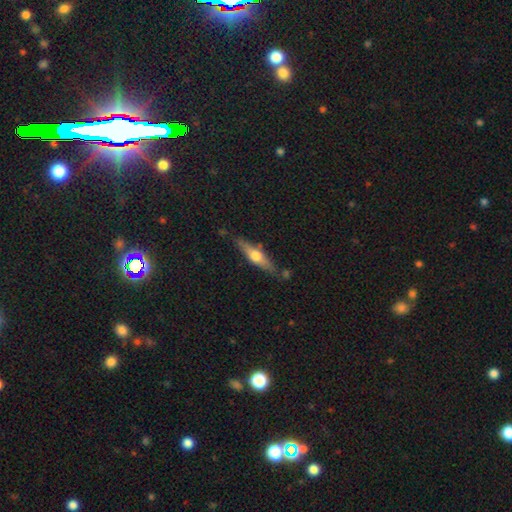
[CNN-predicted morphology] A featured or disk galaxy (55%) viewed edge-on (92%) with a rounded central bulge (93%).

Vote fractions:
- Smooth or featured? featured or disk: 55% / smooth: 39% / star or artifact: 6%
- Edge-on disk? yes: 92% / no: 8%
- Edge-on bulge? rounded: 93% / boxy: 4% / none: 3%
- Merging? none: 78% / minor disturbance: 14% / merger: 5% / major disturbance: 3%